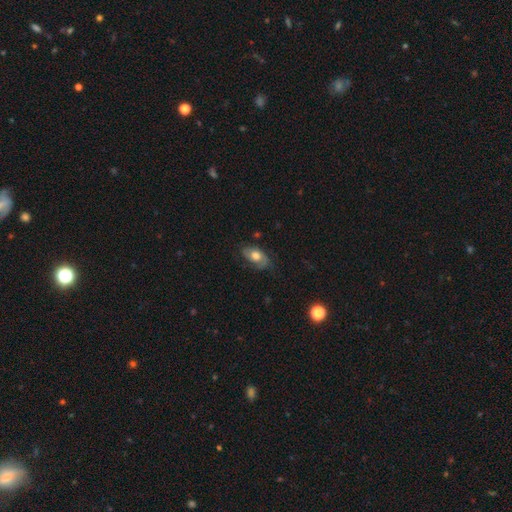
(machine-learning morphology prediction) This appears to be a smooth galaxy with no disk features (48%). Merging: none (66%).